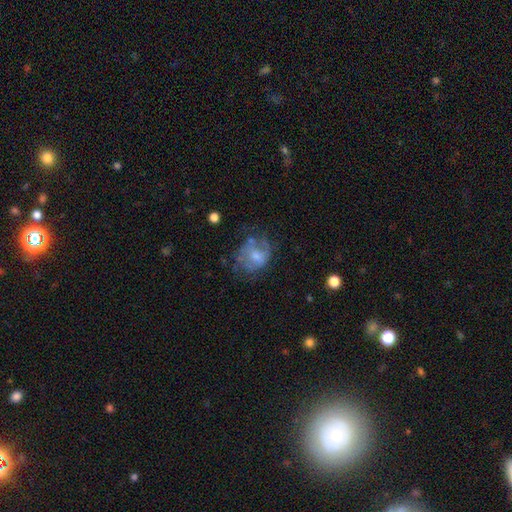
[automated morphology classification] smooth_or_featured: smooth (p=0.48) [alt: featured or disk p=0.42]
merging: none (p=0.39) [alt: major disturbance p=0.28]